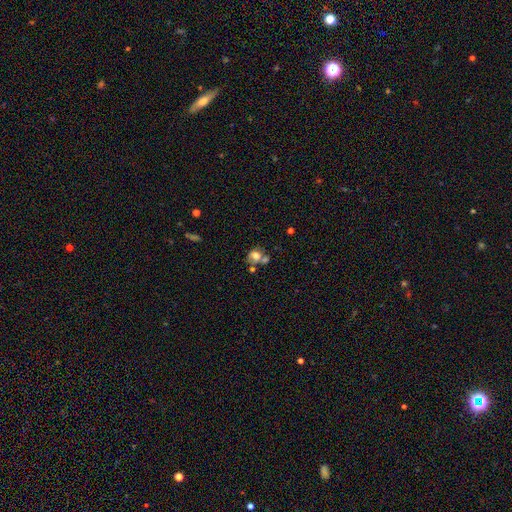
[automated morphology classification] type=smooth (65%); roundness=round (56%); merging=merger (37%).